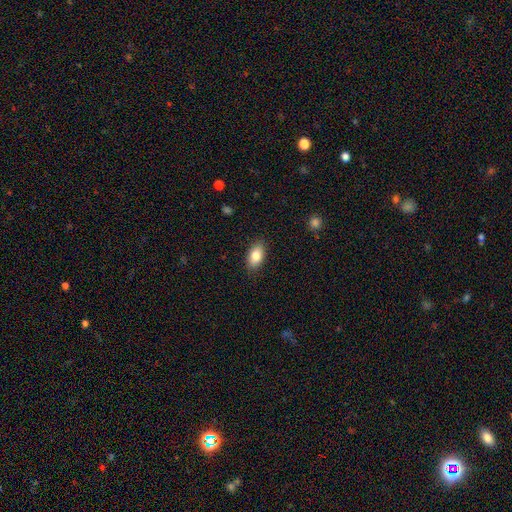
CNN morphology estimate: smooth 82%, featured or disk 11%, star or artifact 7%. Down the decision tree: how rounded — in between (91%); merging — none (87%).